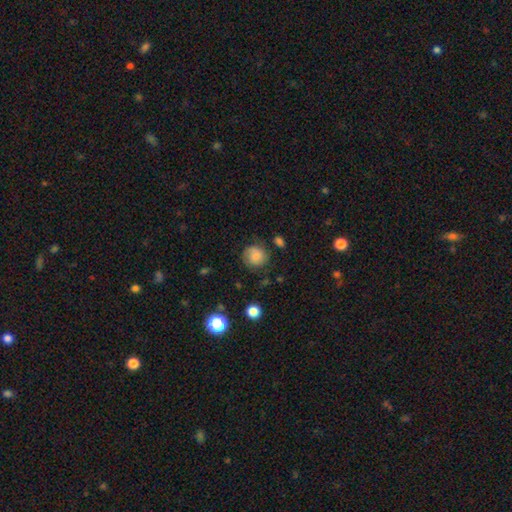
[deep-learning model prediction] smooth 69%, featured or disk 21%, star or artifact 10%. Down the decision tree: how rounded — round (86%); merging — none (72%).